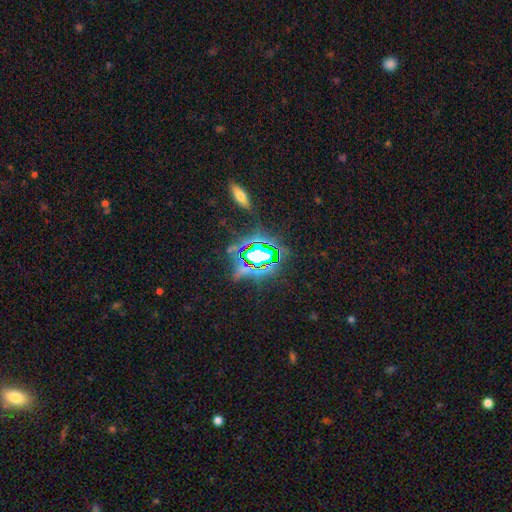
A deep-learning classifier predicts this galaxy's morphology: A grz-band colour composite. It shows a star or artifact, not a galaxy (75%).